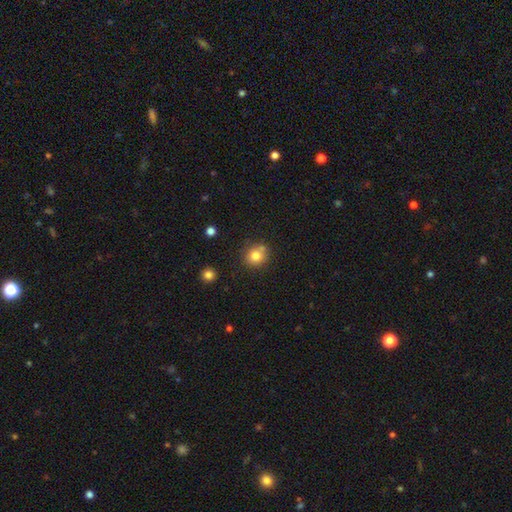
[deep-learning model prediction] Smooth or featured? Predicted: smooth (p=0.79). How rounded? Predicted: round (p=0.84). Merging? Predicted: none (p=0.69).